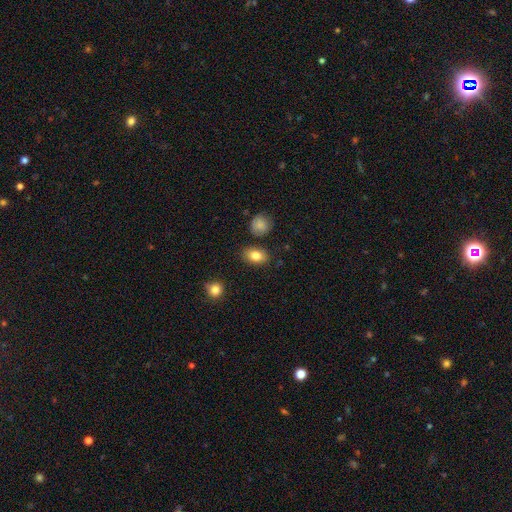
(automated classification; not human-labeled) A smooth galaxy with no disk features (83%) that is in between round and cigar-shaped (81%). Merging: none (83%).